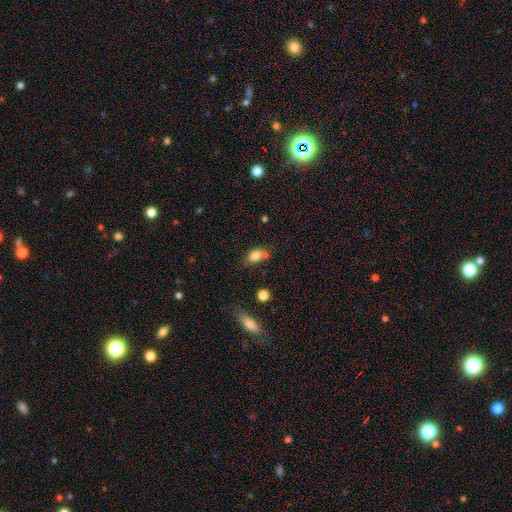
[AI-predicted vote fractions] Smooth or featured?
  - smooth: 79% *
  - featured or disk: 11%
  - star or artifact: 10%
How rounded?
  - in between: 79% *
  - round: 17%
  - cigar-shaped: 4%
Merging?
  - none: 53% *
  - merger: 21%
  - minor disturbance: 20%
  - major disturbance: 6%